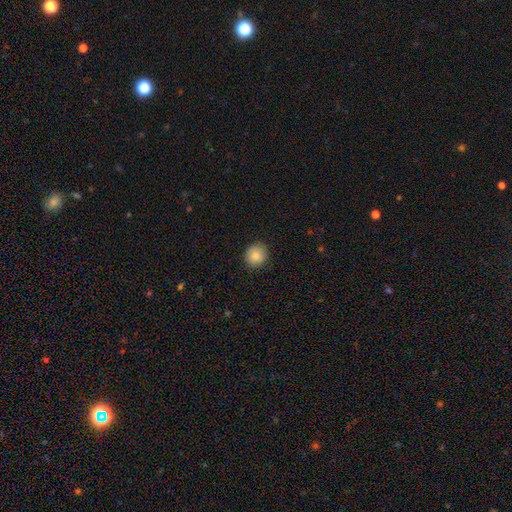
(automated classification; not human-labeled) The model was most divided on "smooth or featured": smooth: 86%, star or artifact: 8%, featured or disk: 6%. More confident: how rounded — round (92%); merging — none (89%).